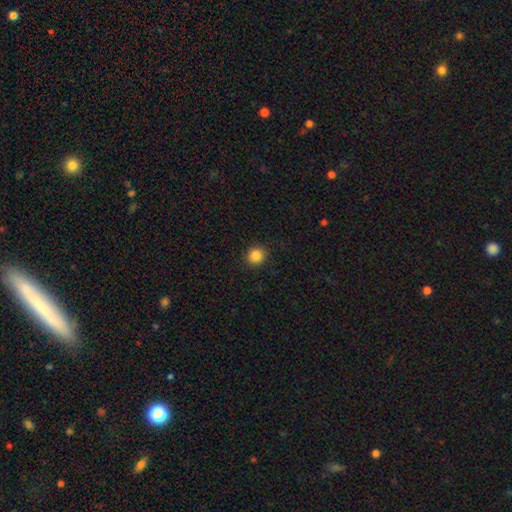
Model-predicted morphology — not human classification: Smooth or featured? smooth (86%)
How rounded? round (91%)
Merging? none (92%)